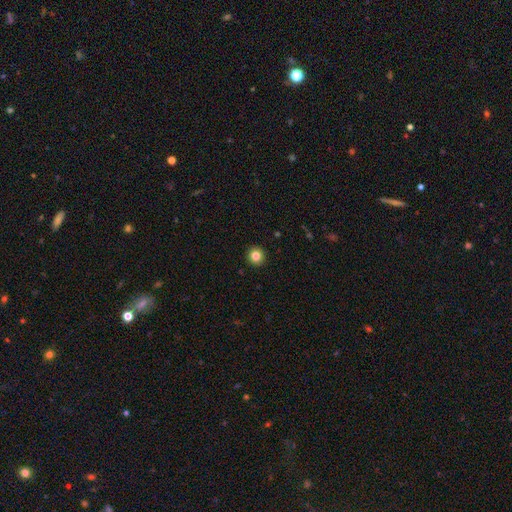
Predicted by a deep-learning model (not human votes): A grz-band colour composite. It shows a smooth galaxy with no disk features (83%) that is round (94%). Merging: none (94%).